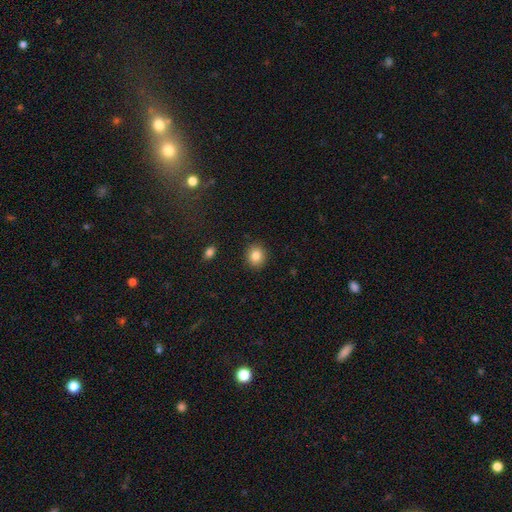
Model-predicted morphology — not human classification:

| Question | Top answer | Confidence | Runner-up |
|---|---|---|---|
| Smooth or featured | smooth | 83% | star or artifact (10%) |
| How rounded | round | 81% | in between (18%) |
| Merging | none | 90% | minor disturbance (6%) |